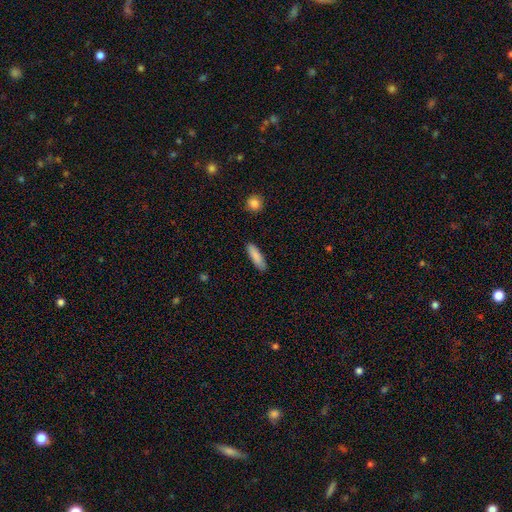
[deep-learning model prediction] This is clearly a smooth galaxy (87%). How rounded: likely cigar-shaped (62%). Merging: clearly none (88%).